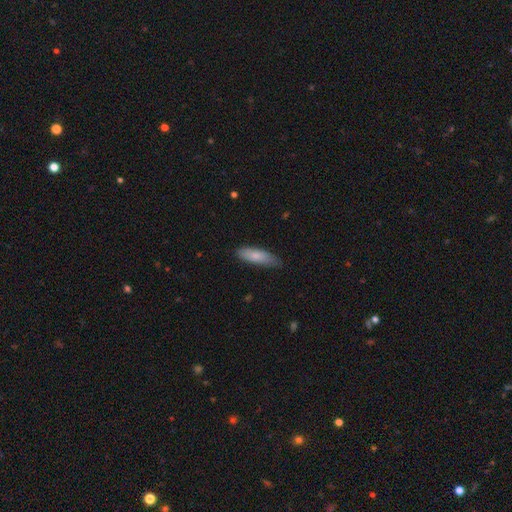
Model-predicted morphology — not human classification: A smooth galaxy with no disk features (79%) that is cigar-shaped (55%). Merging: none (75%).